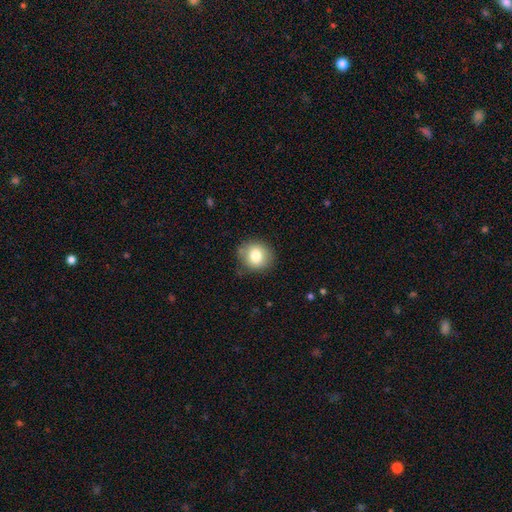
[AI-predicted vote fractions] smooth-or-featured: smooth: 80% | featured or disk: 10% | star or artifact: 9%
  how-rounded: round: 83% | in between: 16% | cigar-shaped: 1%
  merging: none: 81% | minor disturbance: 14% | major disturbance: 3% | merger: 2%